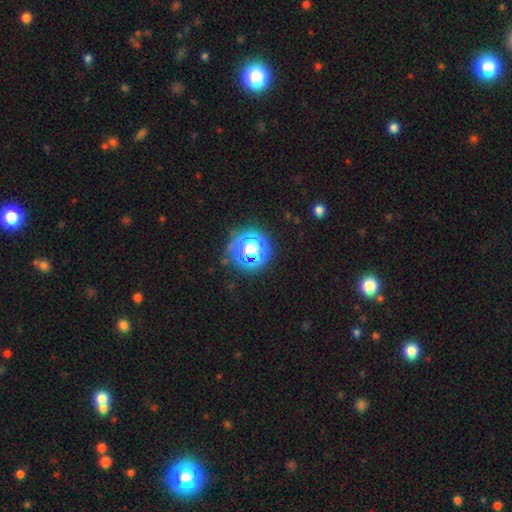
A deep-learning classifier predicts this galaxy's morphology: This is likely a star or artifact rather than a galaxy (62%).